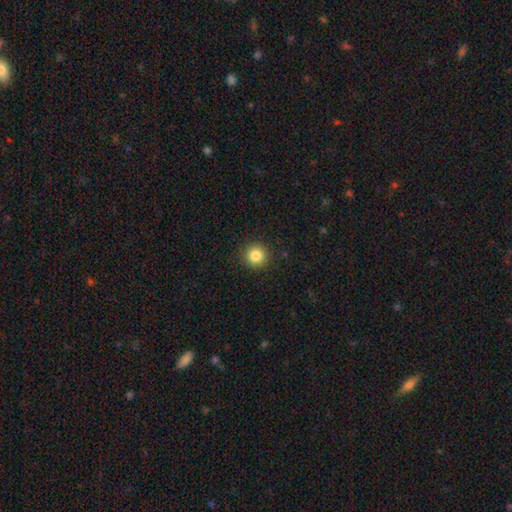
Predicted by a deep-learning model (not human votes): Smooth or featured? smooth (86%)
How rounded? round (95%)
Merging? none (91%)